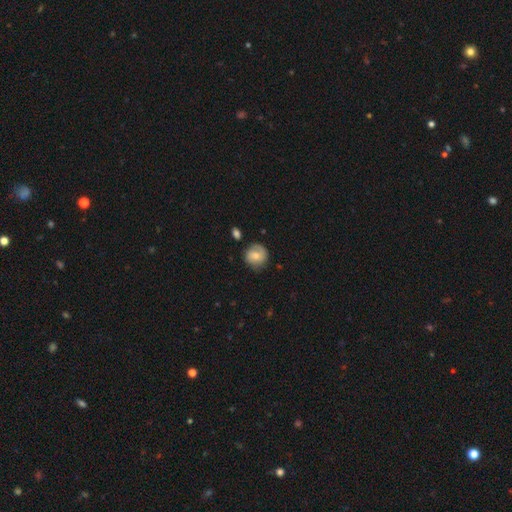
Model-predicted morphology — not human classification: This is possibly a smooth galaxy (55%). How rounded: clearly round (84%). Merging: likely none (71%).